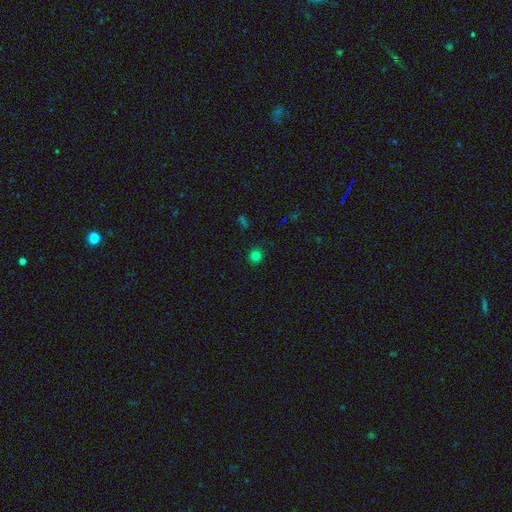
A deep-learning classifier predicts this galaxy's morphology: Overall: smooth (78%). How rounded: round (89%). Merging: none (90%).